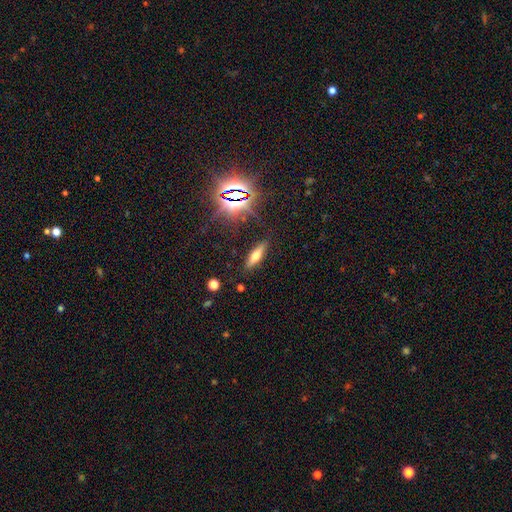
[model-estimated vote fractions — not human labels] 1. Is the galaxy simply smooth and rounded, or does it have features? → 48% smooth, 35% featured or disk, 17% star or artifact.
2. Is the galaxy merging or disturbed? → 87% none, 9% minor disturbance, 2% major disturbance, 2% merger.